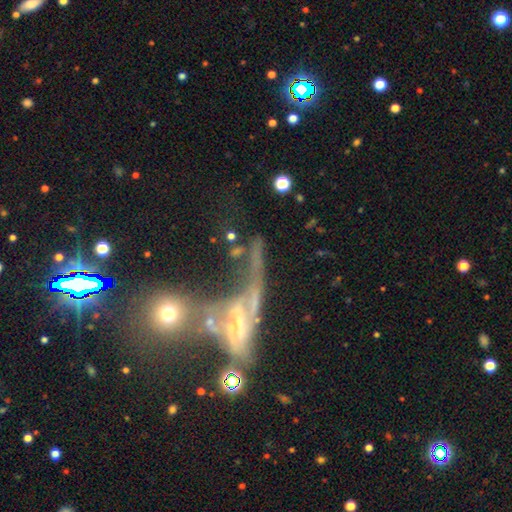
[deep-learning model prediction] Smooth or featured? featured or disk (54%)
Edge-on disk? no (61%)
Merging? merger (38%)